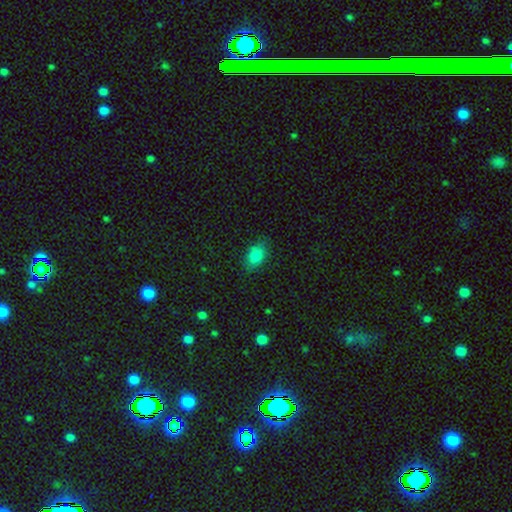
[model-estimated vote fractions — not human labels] smooth 82%, star or artifact 10%, featured or disk 8%. Down the decision tree: how rounded — in between (82%); merging — none (81%).